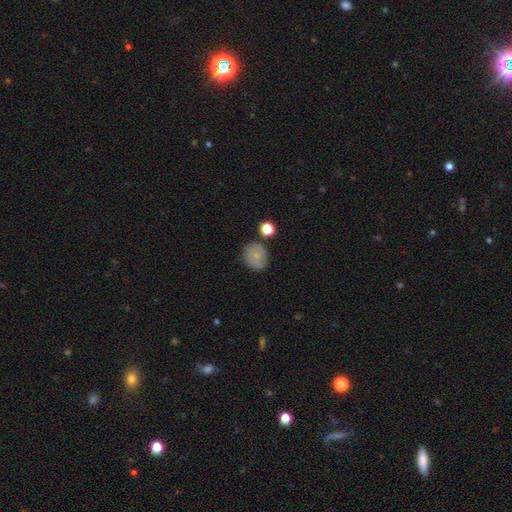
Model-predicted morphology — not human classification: Smooth or featured? Predicted: smooth (p=0.75). How rounded? Predicted: round (p=0.78). Merging? Predicted: none (p=0.74).